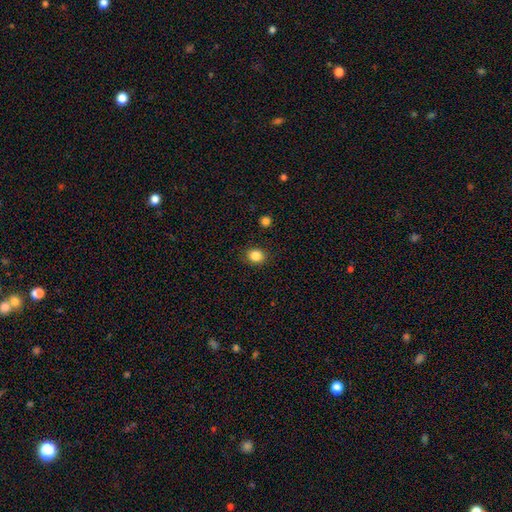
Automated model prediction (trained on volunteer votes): A smooth galaxy with no disk features (85%) that is round (66%).

Vote fractions:
- Smooth or featured? smooth: 85% / star or artifact: 11% / featured or disk: 4%
- How rounded? round: 66% / in between: 33% / cigar-shaped: 1%
- Merging? none: 89% / minor disturbance: 8% / major disturbance: 2% / merger: 1%